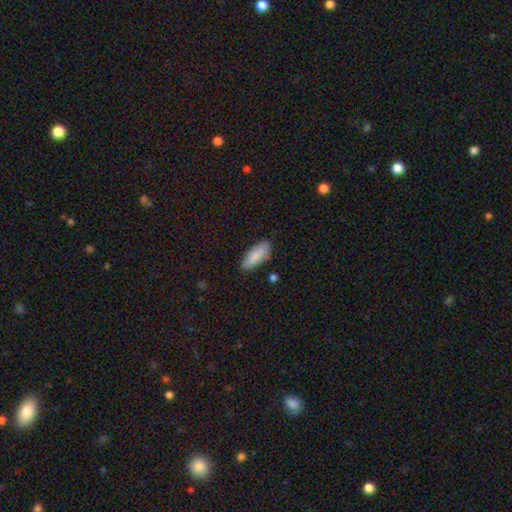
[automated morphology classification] Smooth or featured? smooth (86%)
How rounded? in between (69%)
Merging? none (83%)